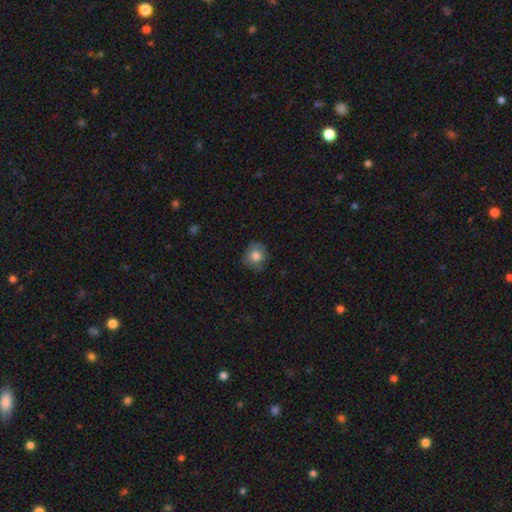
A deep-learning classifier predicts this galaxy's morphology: Smooth or featured? Predicted: smooth (p=0.80). How rounded? Predicted: round (p=0.86). Merging? Predicted: none (p=0.79).